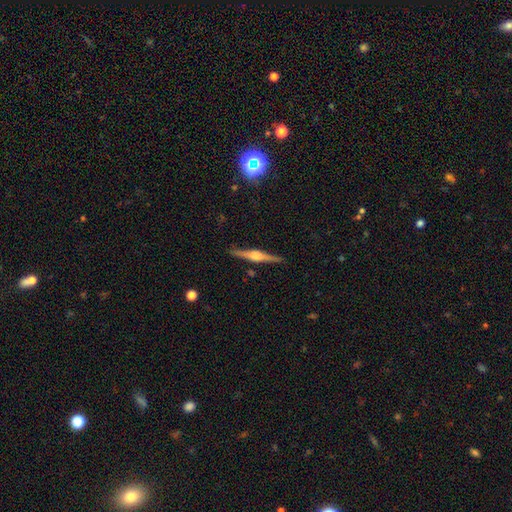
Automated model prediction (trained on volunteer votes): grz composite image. It shows a featured or disk galaxy (80%) viewed edge-on (98%) with a rounded central bulge (81%). Merging: none (90%).